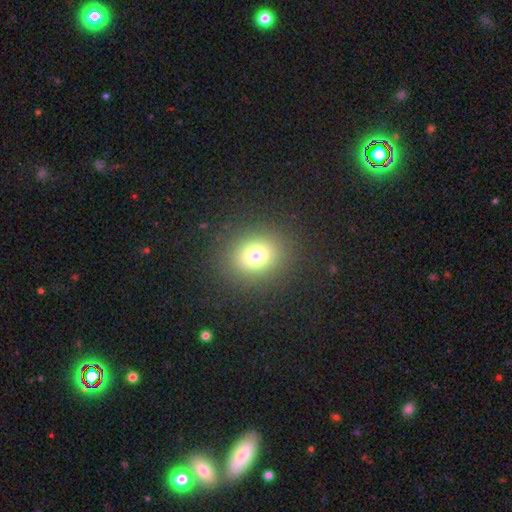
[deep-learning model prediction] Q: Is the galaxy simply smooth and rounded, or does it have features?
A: smooth — 73%.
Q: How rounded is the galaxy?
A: round — 72%.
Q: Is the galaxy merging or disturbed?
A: none — 87%.